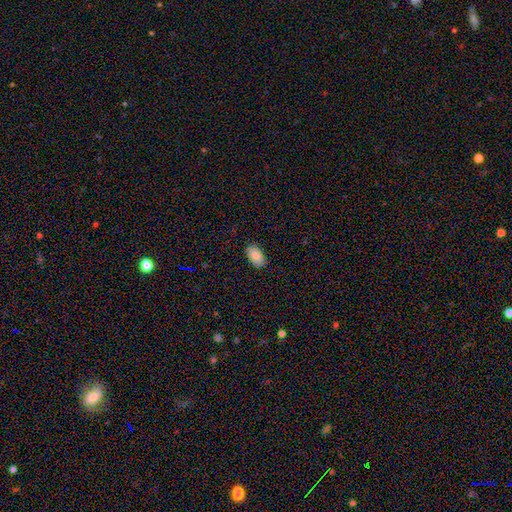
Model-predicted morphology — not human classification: Smooth or featured?
  - smooth: 85% *
  - star or artifact: 7%
  - featured or disk: 7%
How rounded?
  - in between: 93% *
  - round: 6%
  - cigar-shaped: 2%
Merging?
  - none: 85% *
  - minor disturbance: 12%
  - major disturbance: 2%
  - merger: 1%